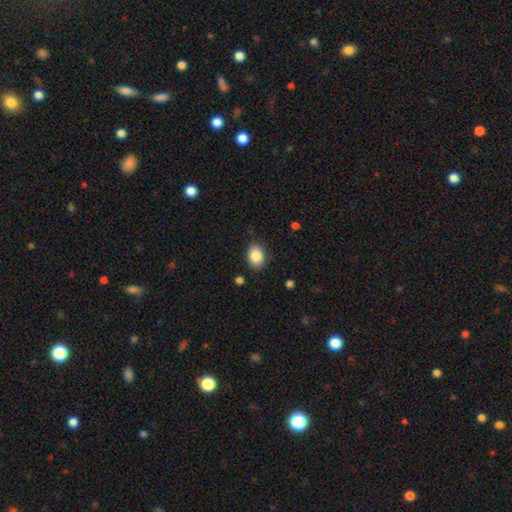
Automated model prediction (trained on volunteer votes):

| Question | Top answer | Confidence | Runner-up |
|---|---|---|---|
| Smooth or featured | smooth | 88% | star or artifact (8%) |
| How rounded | in between | 73% | round (26%) |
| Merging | none | 84% | minor disturbance (12%) |